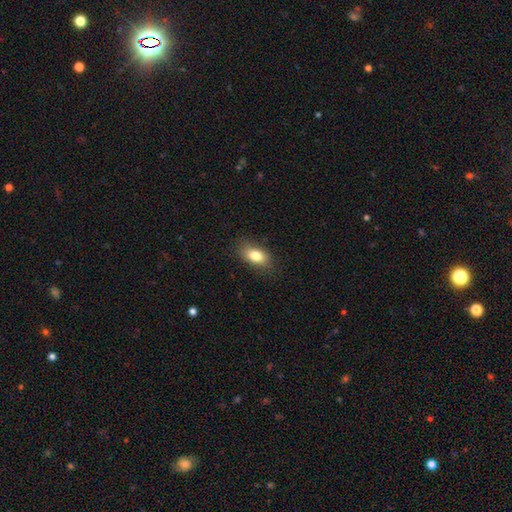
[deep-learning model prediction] smooth-or-featured: smooth: 81% | featured or disk: 11% | star or artifact: 8%
  how-rounded: in between: 87% | round: 9% | cigar-shaped: 5%
  merging: none: 83% | minor disturbance: 13% | major disturbance: 3% | merger: 1%